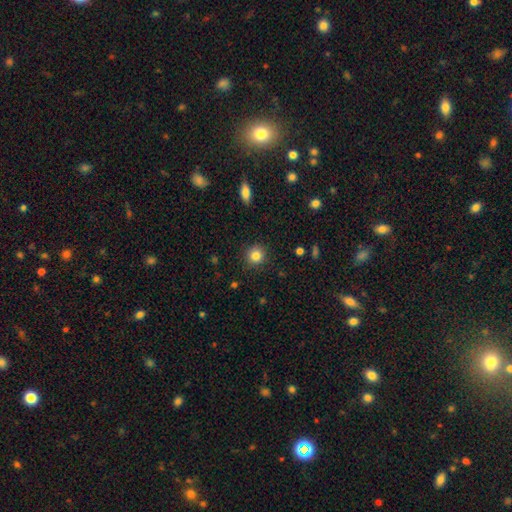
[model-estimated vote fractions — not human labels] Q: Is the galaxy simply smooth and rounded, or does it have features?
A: smooth — 84%.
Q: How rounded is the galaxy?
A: round — 92%.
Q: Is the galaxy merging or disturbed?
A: none — 90%.